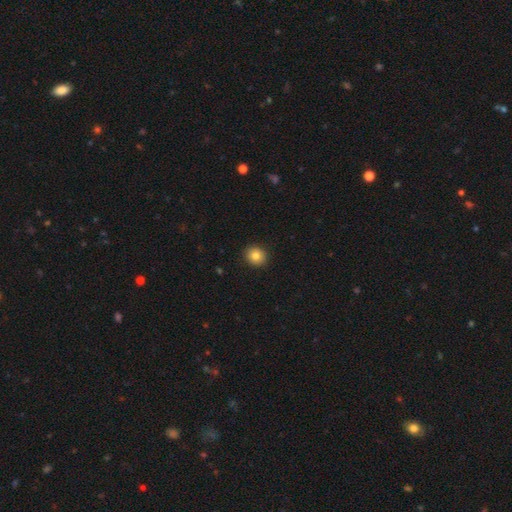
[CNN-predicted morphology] Overall: smooth (82%). How rounded: round (88%). Merging: none (92%).